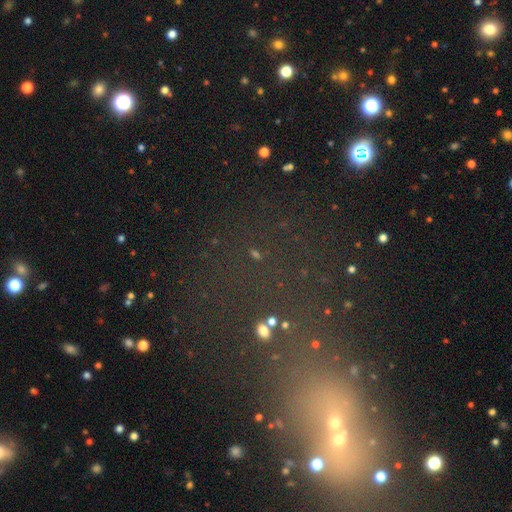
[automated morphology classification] This is possibly a star or artifact rather than a galaxy (56%).